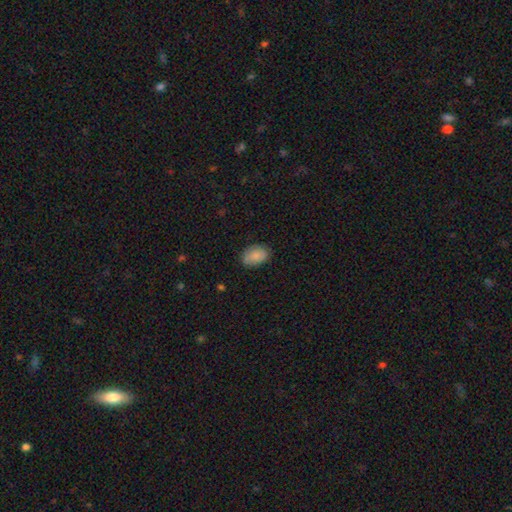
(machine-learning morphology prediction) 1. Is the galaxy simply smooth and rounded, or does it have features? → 85% smooth, 7% featured or disk, 7% star or artifact.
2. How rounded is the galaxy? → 83% in between, 16% round, 1% cigar-shaped.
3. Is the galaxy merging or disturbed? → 77% none, 18% minor disturbance, 4% major disturbance, 1% merger.